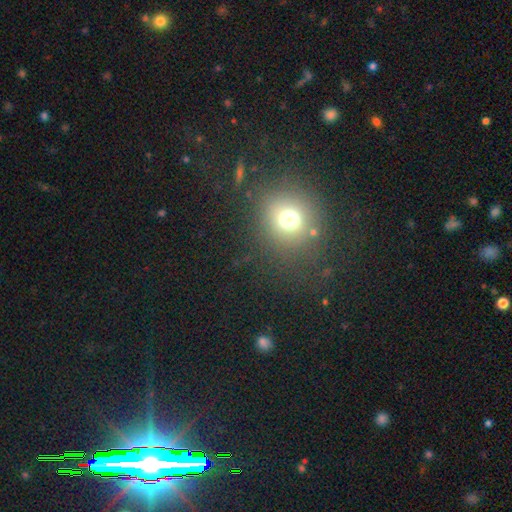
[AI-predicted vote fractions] Q: Smooth or featured?
A: smooth (51%); runner-up: star or artifact (38%)
Q: How rounded?
A: round (82%); runner-up: in between (16%)
Q: Merging?
A: none (86%); runner-up: minor disturbance (8%)